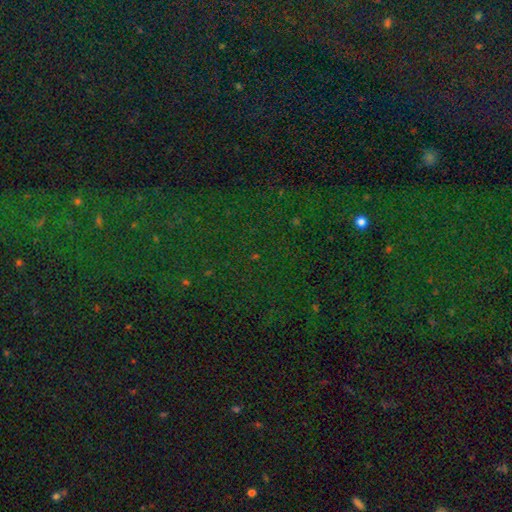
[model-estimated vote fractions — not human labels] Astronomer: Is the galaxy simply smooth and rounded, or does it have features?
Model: star or artifact — 83%.